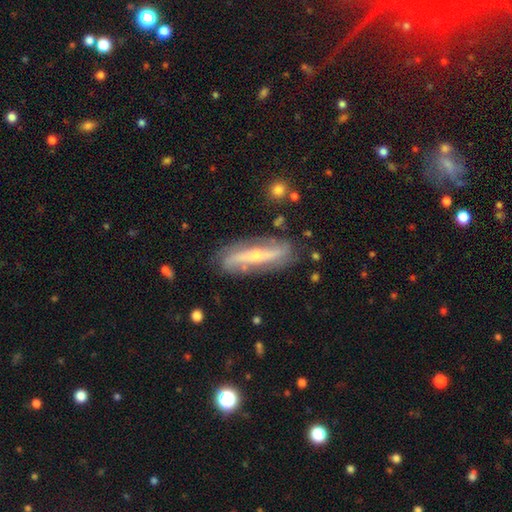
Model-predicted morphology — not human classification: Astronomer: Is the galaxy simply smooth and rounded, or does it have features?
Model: featured or disk — 79%.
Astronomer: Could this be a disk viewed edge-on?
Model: no — 67%.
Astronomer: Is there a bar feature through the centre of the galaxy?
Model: strong — 42% (runner-up: no, 31%).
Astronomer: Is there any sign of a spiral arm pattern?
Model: yes — 89%.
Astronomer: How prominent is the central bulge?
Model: small — 54% (runner-up: moderate, 40%).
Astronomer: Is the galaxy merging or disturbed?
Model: none — 82%.